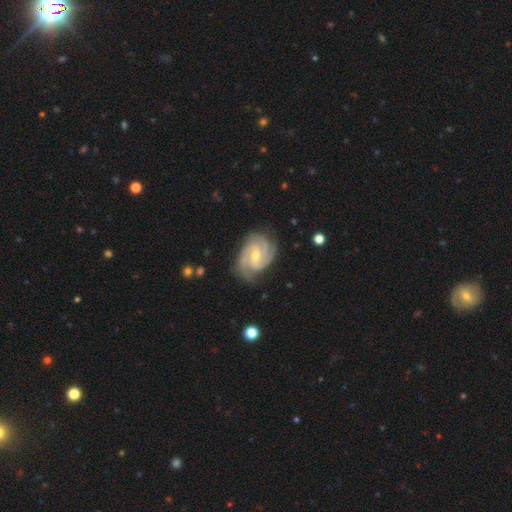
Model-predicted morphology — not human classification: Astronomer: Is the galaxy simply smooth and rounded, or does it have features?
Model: featured or disk — 90%.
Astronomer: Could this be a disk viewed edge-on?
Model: no — 98%.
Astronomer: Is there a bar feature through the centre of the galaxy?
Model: weak — 48% (runner-up: no, 38%).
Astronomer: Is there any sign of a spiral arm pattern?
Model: yes — 98%.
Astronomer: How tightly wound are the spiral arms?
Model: tight — 56% (runner-up: medium, 38%).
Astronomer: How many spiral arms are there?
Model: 3 — 52%.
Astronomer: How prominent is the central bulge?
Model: small — 53% (runner-up: moderate, 44%).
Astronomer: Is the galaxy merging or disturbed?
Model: none — 76%.